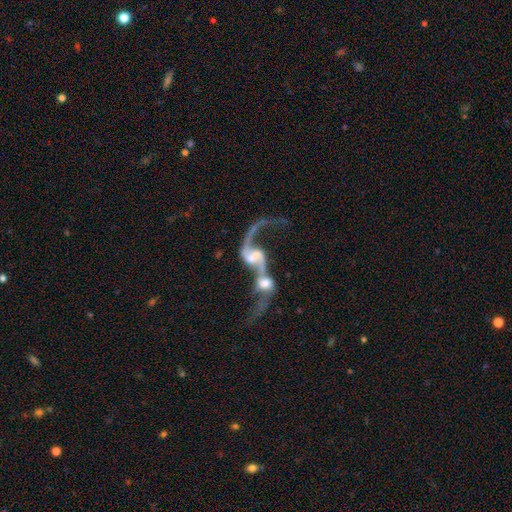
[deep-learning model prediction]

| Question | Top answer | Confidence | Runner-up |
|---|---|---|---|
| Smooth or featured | featured or disk | 84% | smooth (9%) |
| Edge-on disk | no | 95% | yes (5%) |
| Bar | no | 39% | weak (37%) |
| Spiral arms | yes | 90% | no (10%) |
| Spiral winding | loose | 89% | medium (8%) |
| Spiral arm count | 2 | 84% | 1 (10%) |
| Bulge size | none | 29% | moderate (28%) |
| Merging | merger | 75% | none (11%) |